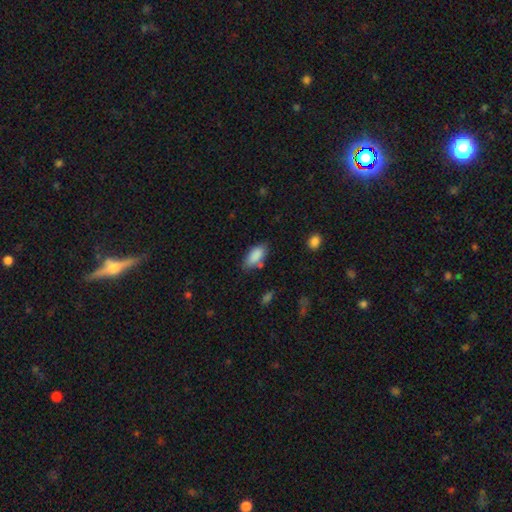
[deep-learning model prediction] Smooth or featured? Predicted: smooth (p=0.87). How rounded? Predicted: in between (p=0.90). Merging? Predicted: none (p=0.68).